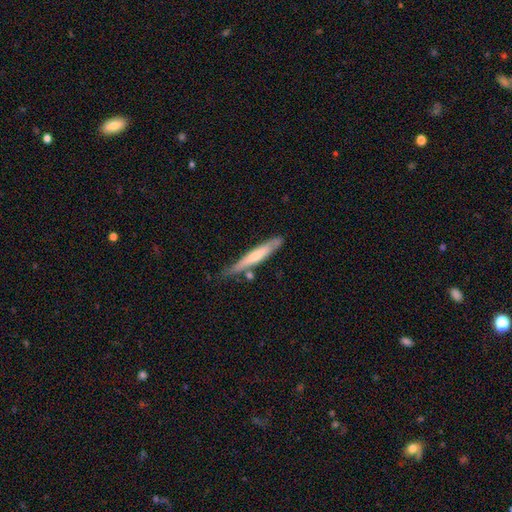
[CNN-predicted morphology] smooth 55%, featured or disk 40%, star or artifact 5%. Down the decision tree: how rounded — cigar-shaped (94%); merging — none (71%).